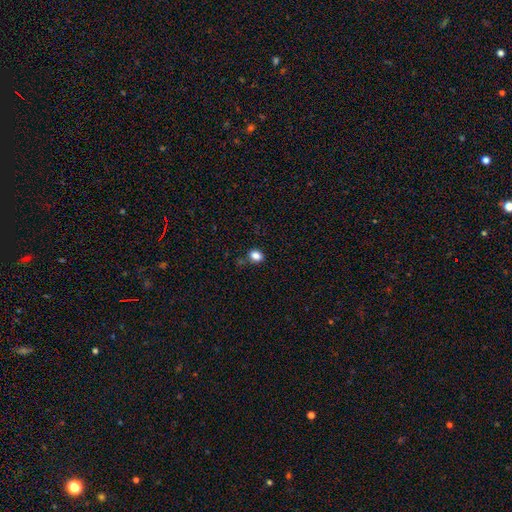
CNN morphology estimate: A smooth galaxy with no disk features (85%) that is in between round and cigar-shaped (61%).

Vote fractions:
- Smooth or featured? smooth: 85% / star or artifact: 11% / featured or disk: 4%
- How rounded? in between: 61% / round: 38% / cigar-shaped: 1%
- Merging? none: 77% / minor disturbance: 14% / merger: 5% / major disturbance: 4%